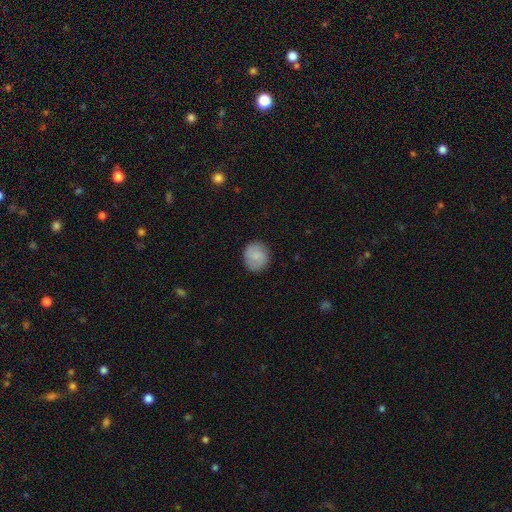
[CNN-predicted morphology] The model was most divided on "smooth or featured": smooth: 81%, featured or disk: 12%, star or artifact: 7%. More confident: merging — none (86%); how rounded — round (84%).